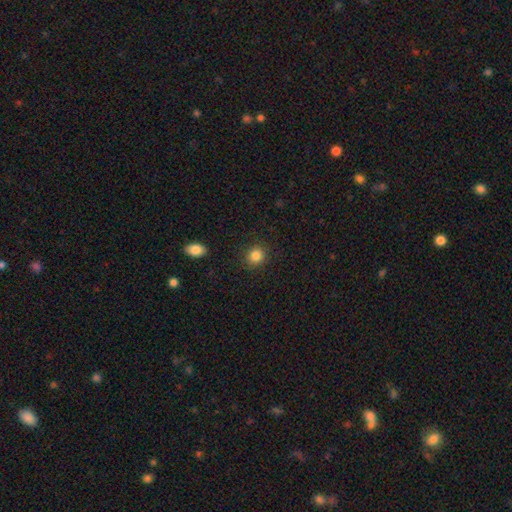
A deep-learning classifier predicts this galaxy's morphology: Smooth or featured?
  - smooth: 85% *
  - star or artifact: 10%
  - featured or disk: 5%
How rounded?
  - round: 83% *
  - in between: 16%
  - cigar-shaped: 1%
Merging?
  - none: 89% *
  - minor disturbance: 7%
  - major disturbance: 3%
  - merger: 1%